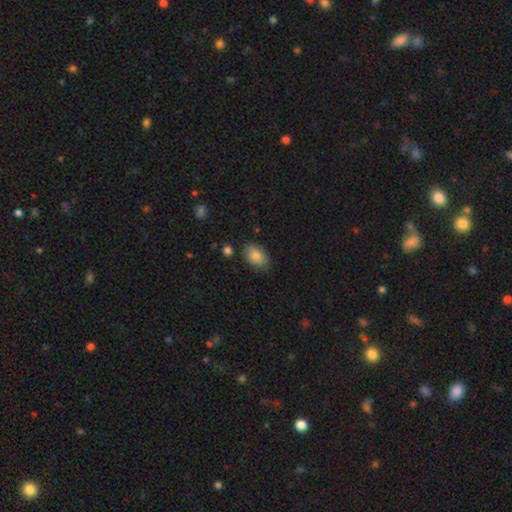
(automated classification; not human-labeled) Q: Smooth or featured?
A: smooth (83%); runner-up: featured or disk (9%)
Q: How rounded?
A: in between (88%); runner-up: round (11%)
Q: Merging?
A: none (79%); runner-up: minor disturbance (15%)